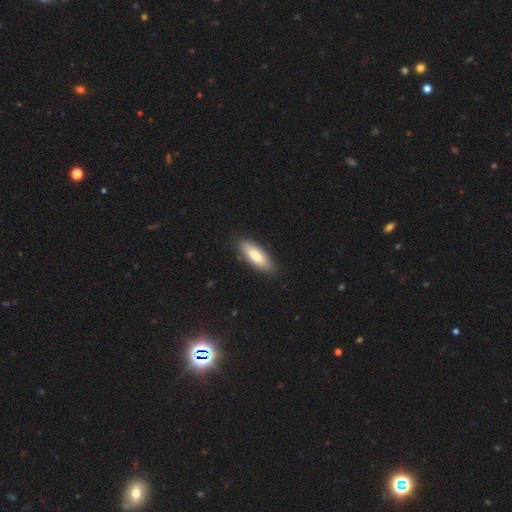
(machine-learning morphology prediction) Smooth or featured? smooth (80%)
How rounded? in between (64%)
Merging? none (86%)